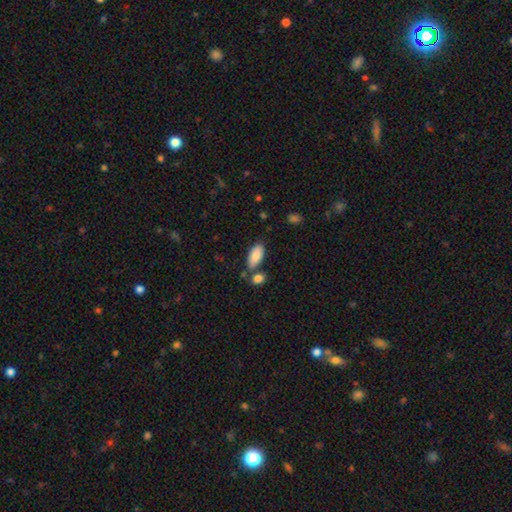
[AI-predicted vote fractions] smooth-or-featured: smooth: 87% | featured or disk: 7% | star or artifact: 6%
  how-rounded: in between: 89% | cigar-shaped: 9% | round: 2%
  merging: none: 70% | merger: 14% | minor disturbance: 13% | major disturbance: 3%